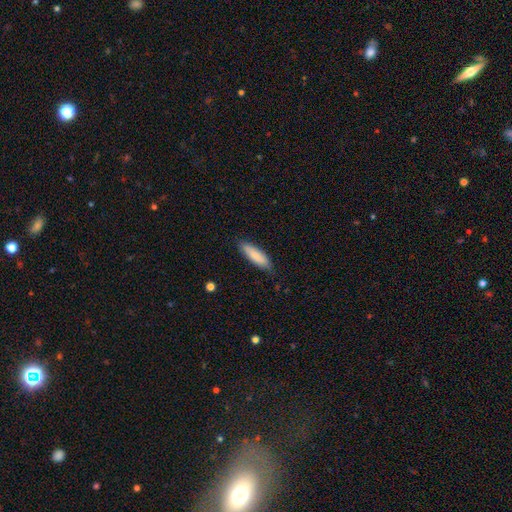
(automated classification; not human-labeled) Smooth or featured? smooth (85%)
How rounded? cigar-shaped (55%)
Merging? none (83%)